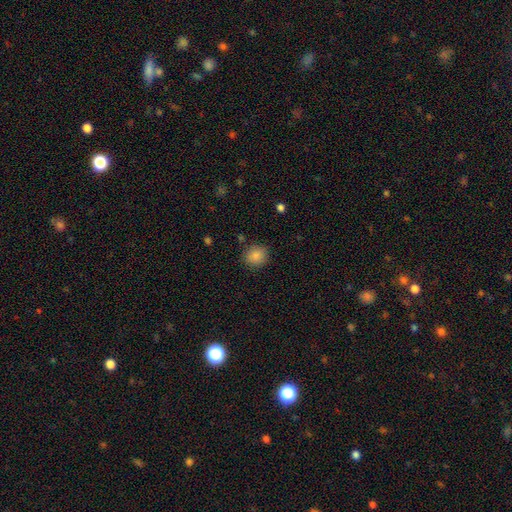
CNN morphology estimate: Smooth or featured? smooth (86%)
How rounded? round (82%)
Merging? none (86%)